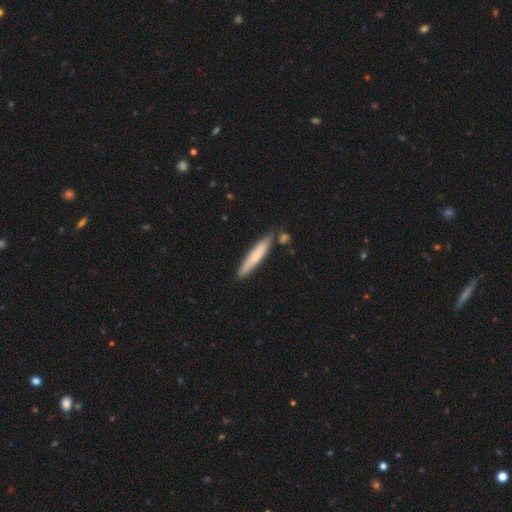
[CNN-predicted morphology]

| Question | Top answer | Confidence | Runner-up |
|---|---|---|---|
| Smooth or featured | smooth | 64% | featured or disk (31%) |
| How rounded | cigar-shaped | 92% | in between (7%) |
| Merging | none | 79% | minor disturbance (12%) |